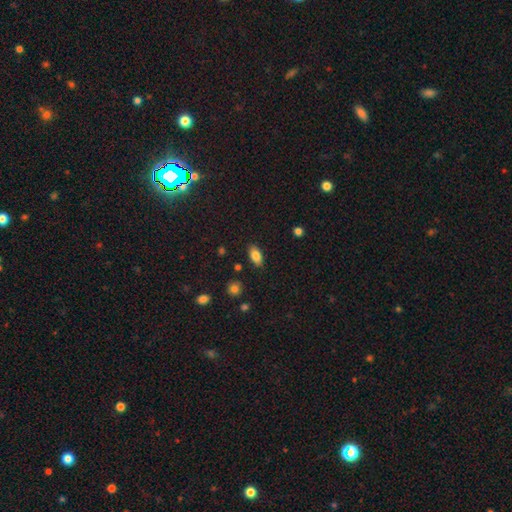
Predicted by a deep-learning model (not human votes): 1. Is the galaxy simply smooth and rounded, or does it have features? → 83% smooth, 9% featured or disk, 8% star or artifact.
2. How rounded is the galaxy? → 90% in between, 6% cigar-shaped, 4% round.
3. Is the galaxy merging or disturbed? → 86% none, 10% minor disturbance, 2% major disturbance, 2% merger.